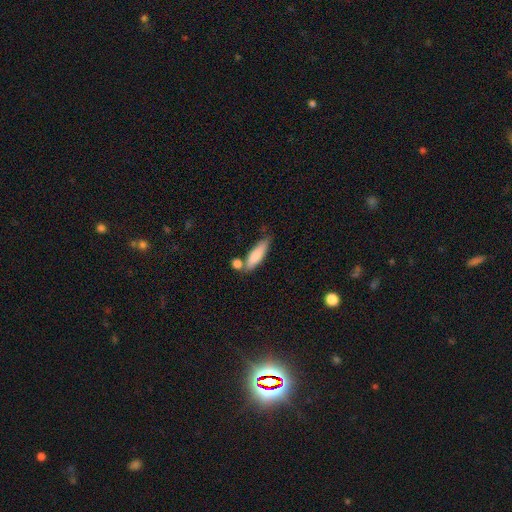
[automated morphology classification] Smooth or featured? Predicted: smooth (p=0.80). How rounded? Predicted: cigar-shaped (p=0.54). Merging? Predicted: none (p=0.56).